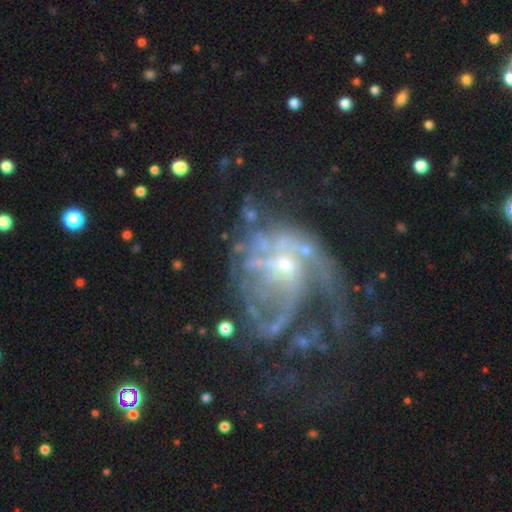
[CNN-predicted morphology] smooth_or_featured: featured or disk (p=0.80) [alt: star or artifact p=0.11]
disk_edge_on: no (p=0.98) [alt: yes p=0.02]
bar: no (p=0.61) [alt: weak p=0.32]
has_spiral_arms: yes (p=0.79) [alt: no p=0.21]
spiral_winding: medium (p=0.38) [alt: loose p=0.35]
spiral_arm_count: can't tell (p=0.38) [alt: 2 p=0.22]
bulge_size: small (p=0.62) [alt: moderate p=0.26]
merging: major disturbance (p=0.46) [alt: none p=0.32]